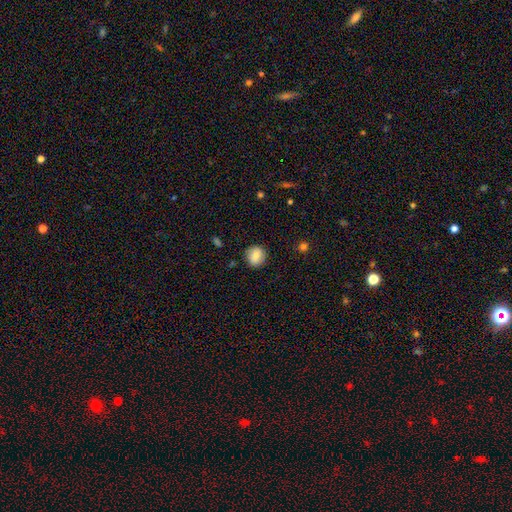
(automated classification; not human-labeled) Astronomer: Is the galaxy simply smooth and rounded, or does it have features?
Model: smooth — 82%.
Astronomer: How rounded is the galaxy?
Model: round — 81%.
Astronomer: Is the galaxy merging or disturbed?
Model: none — 86%.